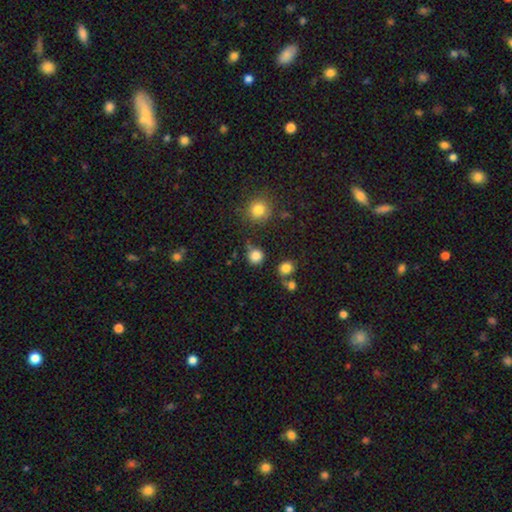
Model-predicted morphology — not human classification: type=smooth (83%); roundness=round (90%); merging=none (75%).